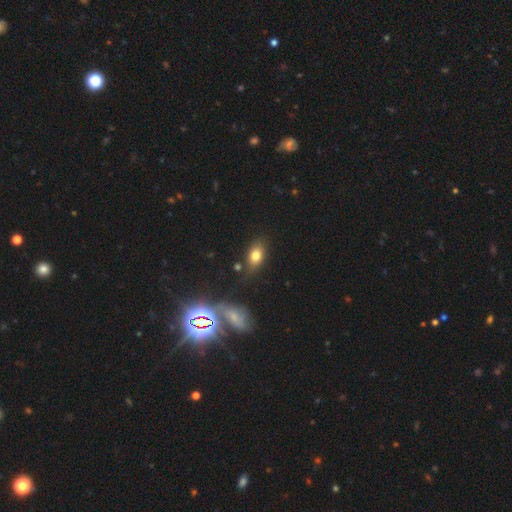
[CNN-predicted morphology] smooth-or-featured: smooth: 77% | star or artifact: 12% | featured or disk: 11%
  how-rounded: in between: 83% | round: 14% | cigar-shaped: 3%
  merging: none: 75% | minor disturbance: 16% | merger: 5% | major disturbance: 4%